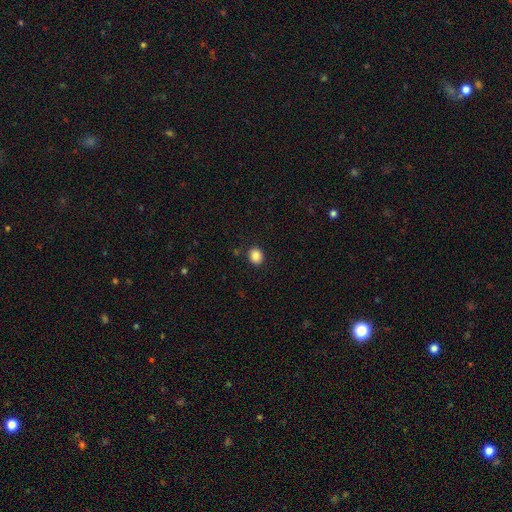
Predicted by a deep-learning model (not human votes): A smooth galaxy with no disk features (86%) that is round (68%).

Vote fractions:
- Smooth or featured? smooth: 86% / star or artifact: 9% / featured or disk: 4%
- How rounded? round: 68% / in between: 31% / cigar-shaped: 1%
- Merging? none: 89% / minor disturbance: 7% / major disturbance: 2% / merger: 2%